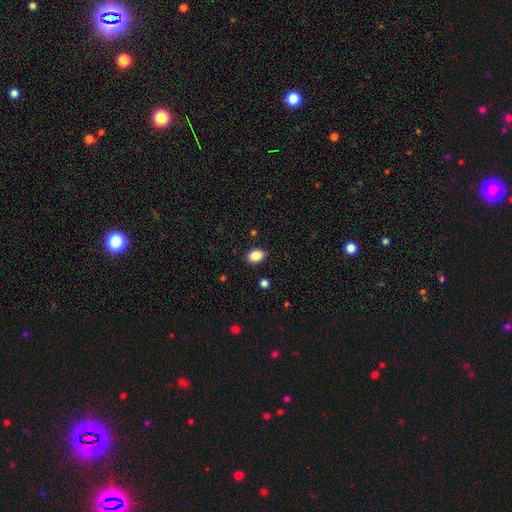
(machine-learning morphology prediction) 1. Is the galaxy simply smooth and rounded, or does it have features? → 87% smooth, 9% star or artifact, 4% featured or disk.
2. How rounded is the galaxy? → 76% in between, 23% round, 1% cigar-shaped.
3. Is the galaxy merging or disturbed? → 89% none, 8% minor disturbance, 2% major disturbance, 1% merger.